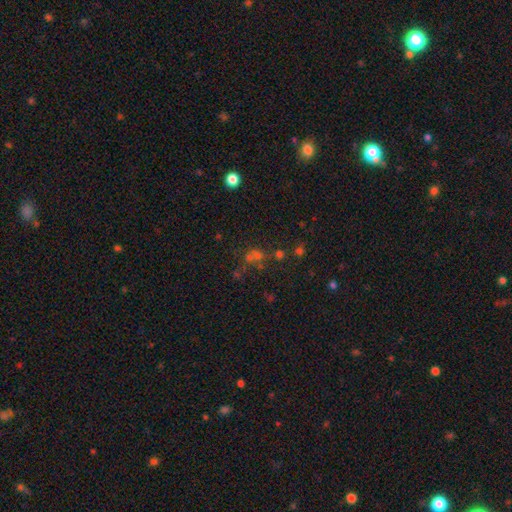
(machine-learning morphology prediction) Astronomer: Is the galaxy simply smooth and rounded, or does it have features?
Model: star or artifact — 45% (runner-up: smooth, 37%).